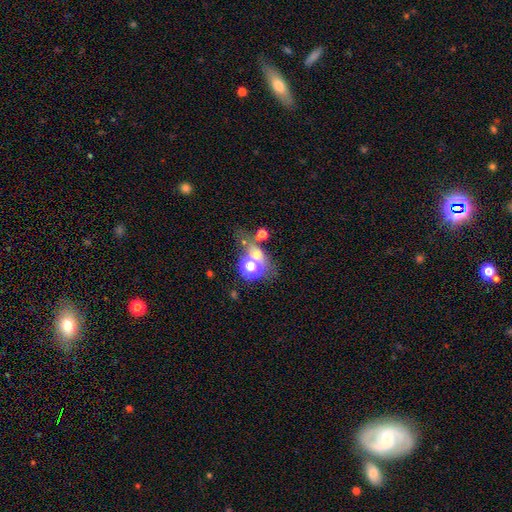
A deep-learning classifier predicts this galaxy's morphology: Smooth or featured?
  - smooth: 48% *
  - star or artifact: 34%
  - featured or disk: 19%
Merging?
  - none: 45% *
  - merger: 31%
  - major disturbance: 13%
  - minor disturbance: 11%